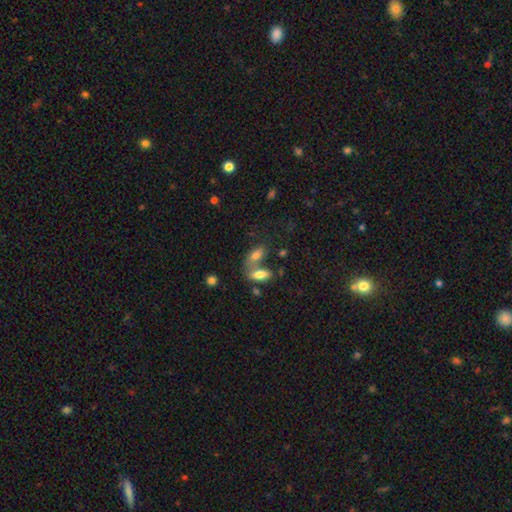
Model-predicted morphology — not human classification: smooth-or-featured: smooth: 76% | featured or disk: 14% | star or artifact: 10%
  how-rounded: in between: 83% | cigar-shaped: 11% | round: 6%
  merging: merger: 51% | none: 34% | minor disturbance: 10% | major disturbance: 5%